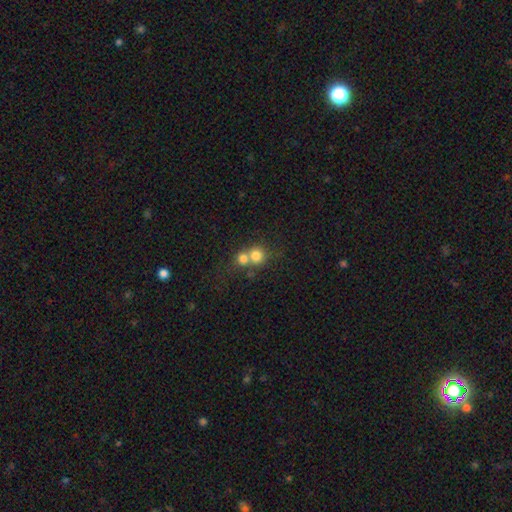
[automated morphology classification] smooth_or_featured: smooth (p=0.76) [alt: featured or disk p=0.12]
how_rounded: round (p=0.84) [alt: in between p=0.15]
merging: merger (p=0.58) [alt: none p=0.34]